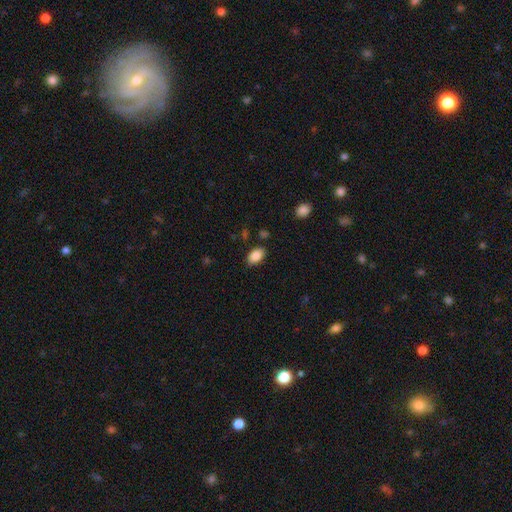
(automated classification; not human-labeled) A smooth galaxy with no disk features (87%) that is in between round and cigar-shaped (90%).

Vote fractions:
- Smooth or featured? smooth: 87% / star or artifact: 8% / featured or disk: 5%
- How rounded? in between: 90% / round: 8% / cigar-shaped: 1%
- Merging? none: 84% / minor disturbance: 11% / major disturbance: 3% / merger: 2%